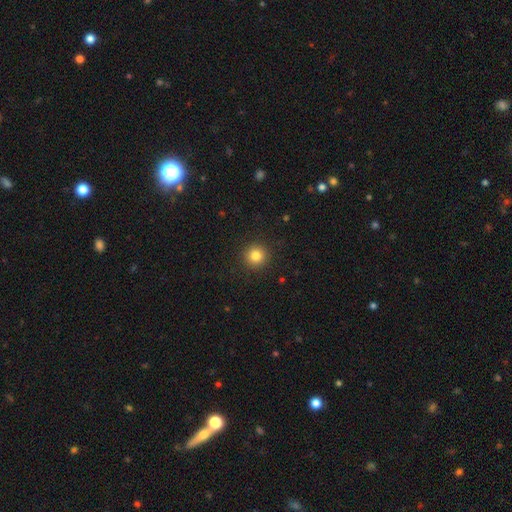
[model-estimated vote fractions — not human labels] smooth 83%, star or artifact 11%, featured or disk 6%. Down the decision tree: how rounded — round (95%); merging — none (92%).